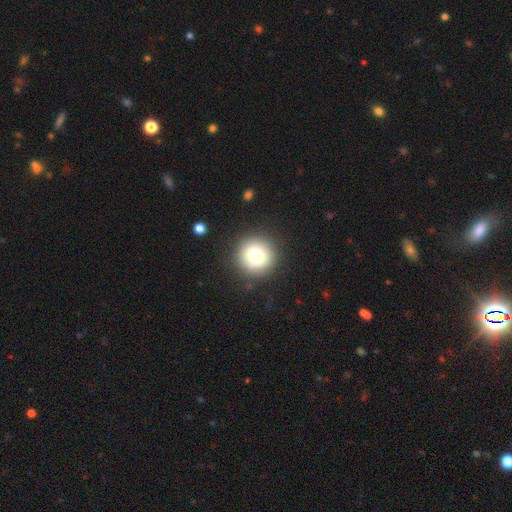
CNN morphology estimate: A smooth galaxy with no disk features (78%) that is round (95%). Merging: none (89%).